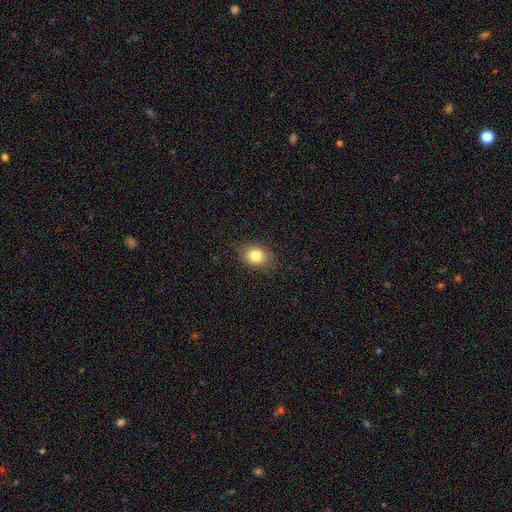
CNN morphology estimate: Smooth or featured? Predicted: smooth (p=0.82). How rounded? Predicted: in between (p=0.59). Merging? Predicted: none (p=0.84).